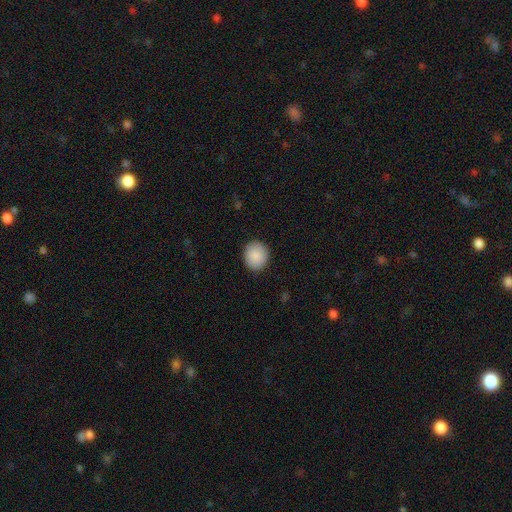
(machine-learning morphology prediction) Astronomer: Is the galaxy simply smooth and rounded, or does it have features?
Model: smooth — 89%.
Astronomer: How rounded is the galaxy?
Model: round — 68%.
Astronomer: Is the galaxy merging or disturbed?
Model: none — 88%.